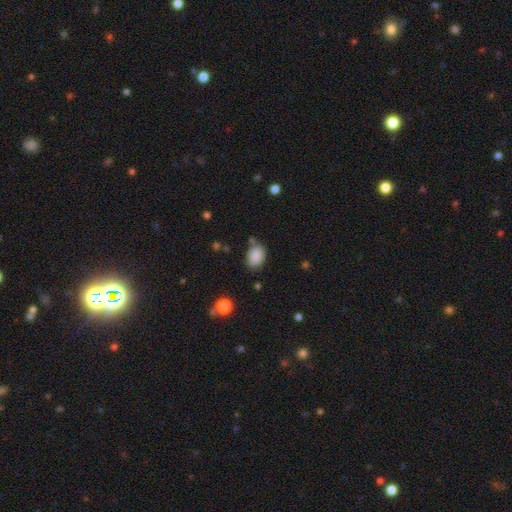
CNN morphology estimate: Overall: smooth (87%). How rounded: in between (73%). Merging: none (70%).